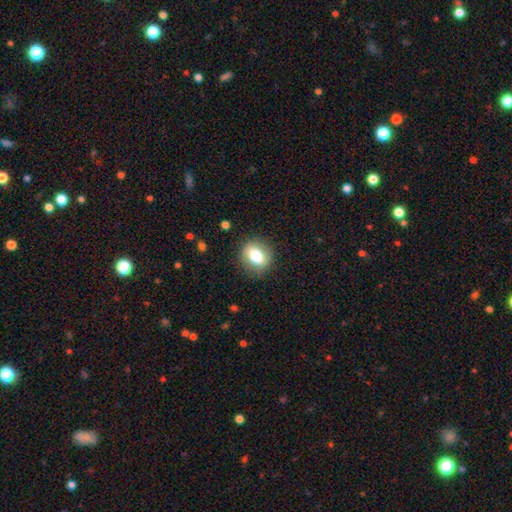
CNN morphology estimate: Q: Smooth or featured?
A: smooth (72%); runner-up: featured or disk (20%)
Q: How rounded?
A: round (64%); runner-up: in between (34%)
Q: Merging?
A: none (86%); runner-up: minor disturbance (10%)